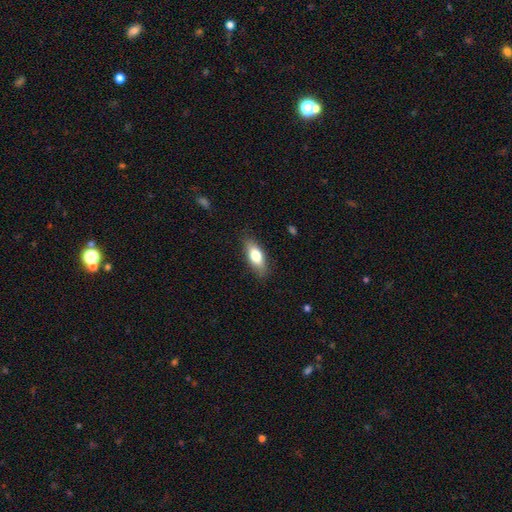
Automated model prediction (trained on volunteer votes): This appears to be a smooth galaxy with no disk features (72%) that is in between round and cigar-shaped (75%). Merging: none (84%).